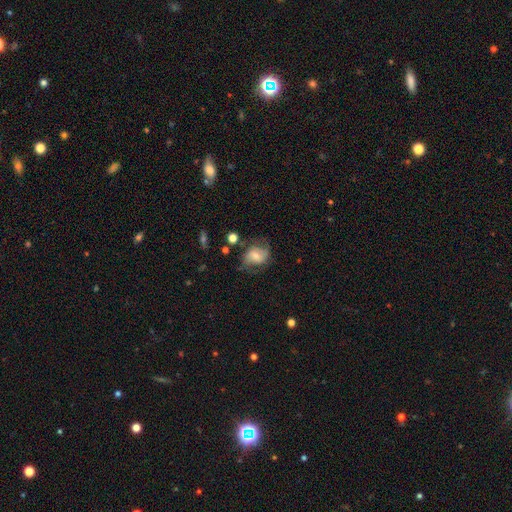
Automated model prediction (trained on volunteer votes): smooth 46%, featured or disk 45%, star or artifact 9%. Down the decision tree: merging — none (55%).